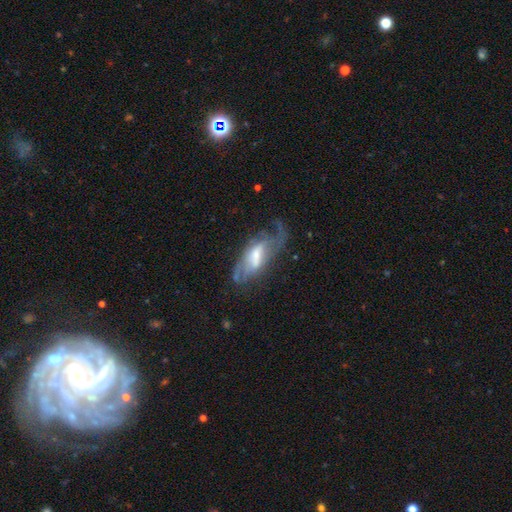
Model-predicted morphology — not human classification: featured or disk 74%, smooth 19%, star or artifact 7%. Down the decision tree: edge-on disk — no (87%); bar — weak (47%); spiral arms — yes (85%); spiral arm count — 2 (50%); spiral winding — loose (40%, tied with medium); bulge size — moderate (48%); merging — none (47%).